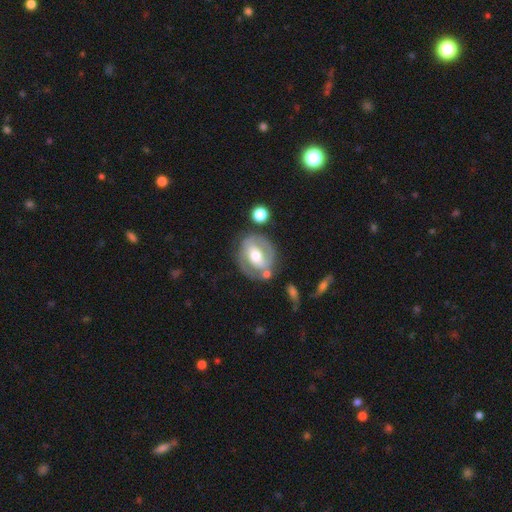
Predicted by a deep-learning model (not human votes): A featured or disk galaxy (71%) with a weak bar (38%), spiral arms (69%) and a moderate central bulge (71%). Merging: none (68%).